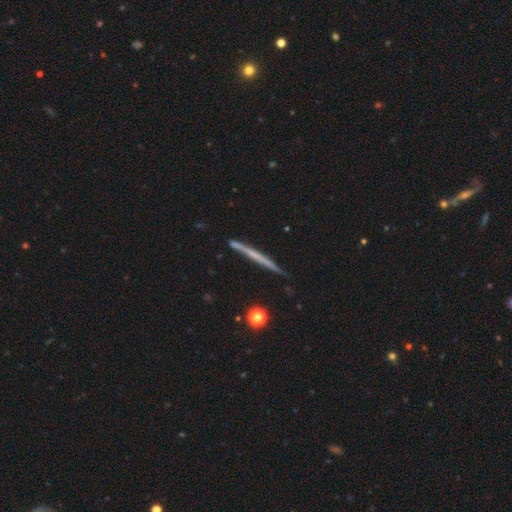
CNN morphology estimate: Smooth or featured? Predicted: featured or disk (p=0.53). Edge-on disk? Predicted: yes (p=0.97). Edge-on bulge? Predicted: none (p=0.89). Merging? Predicted: none (p=0.87).